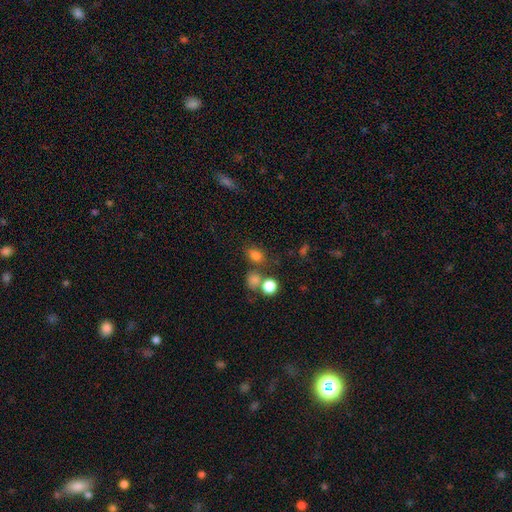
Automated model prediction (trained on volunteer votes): Smooth or featured? Predicted: smooth (p=0.77). How rounded? Predicted: in between (p=0.51). Merging? Predicted: none (p=0.65).